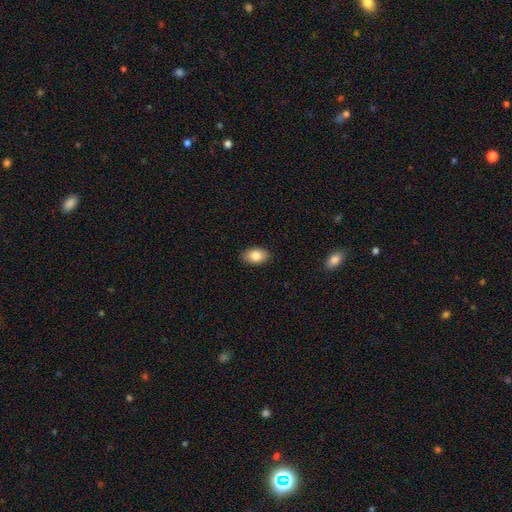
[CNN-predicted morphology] smooth 84%, featured or disk 9%, star or artifact 7%. Down the decision tree: how rounded — in between (90%); merging — none (89%).